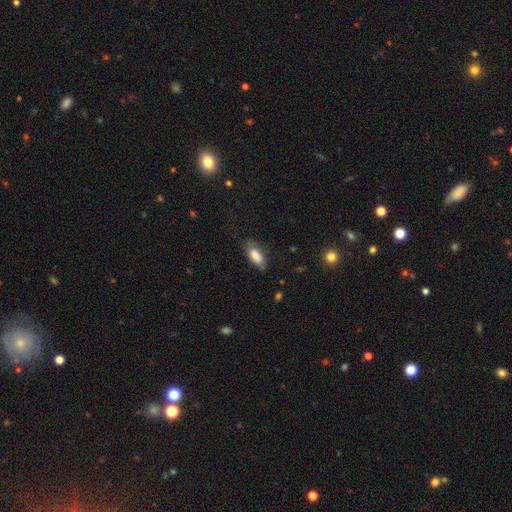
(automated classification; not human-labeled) This appears to be a smooth galaxy with no disk features (81%) that is in between round and cigar-shaped (83%). Merging: none (69%).